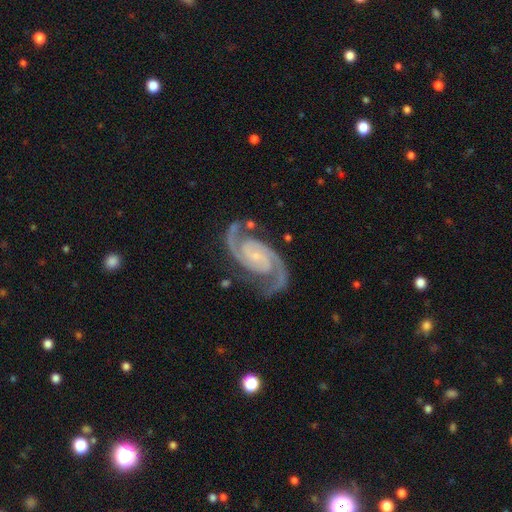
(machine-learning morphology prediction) The model was most divided on "spiral winding": medium: 54%, tight: 38%, loose: 8%. More confident: spiral arms — yes (99%); edge-on disk — no (98%); smooth or featured — featured or disk (94%); spiral arm count — 2 (94%); merging — none (81%); bulge size — small (78%); bar — no (59%).